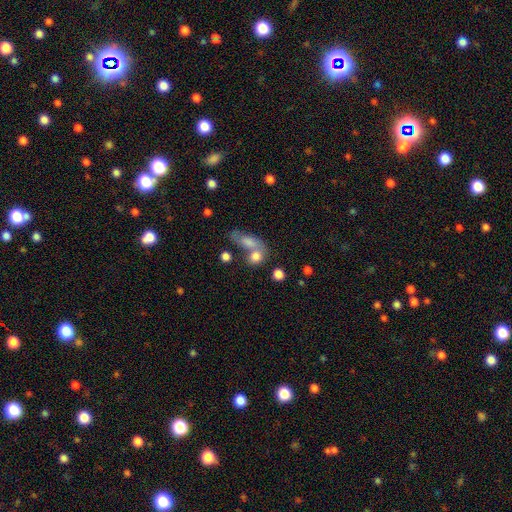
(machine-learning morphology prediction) Smooth or featured: smooth — 78% (featured or disk — 12%)
How rounded: in between — 51% (round — 44%)
Merging: merger — 45% (none — 37%)